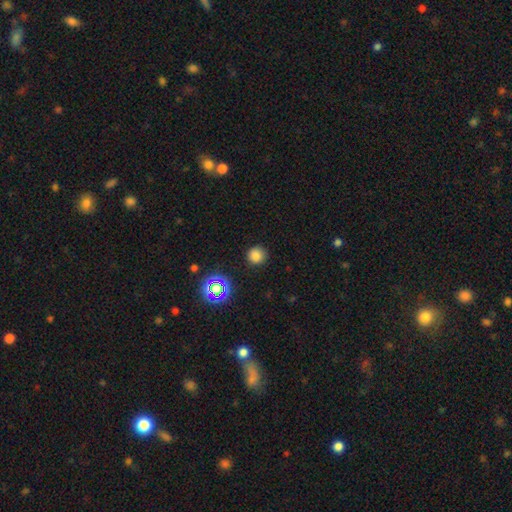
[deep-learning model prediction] Morphology: type=smooth (78%); roundness=round (93%); merging=none (88%).